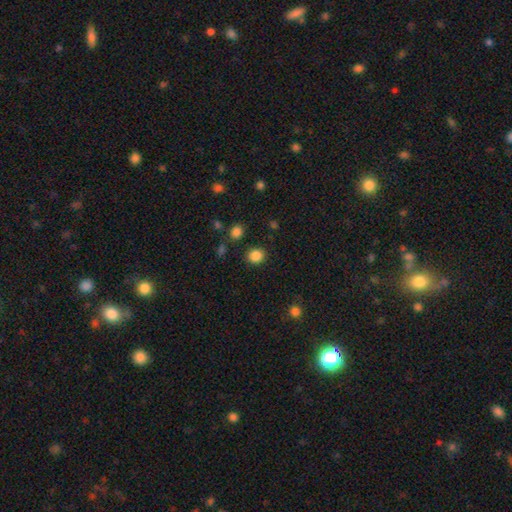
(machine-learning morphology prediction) The model was most divided on "how rounded": round: 84%, in between: 15%, cigar-shaped: 1%. More confident: merging — none (88%); smooth or featured — smooth (86%).